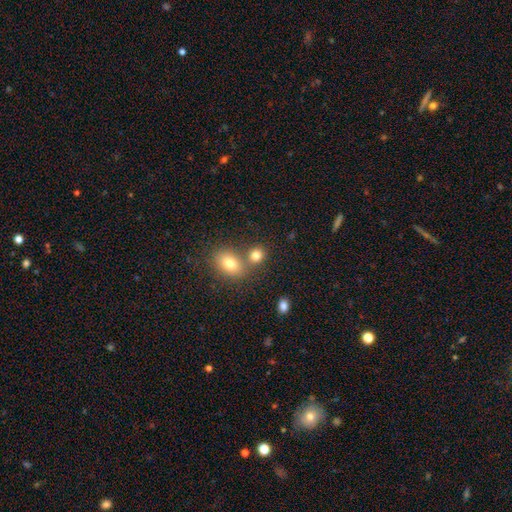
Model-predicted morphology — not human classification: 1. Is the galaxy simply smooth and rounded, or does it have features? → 78% smooth, 13% star or artifact, 9% featured or disk.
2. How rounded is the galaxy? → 66% round, 32% in between, 1% cigar-shaped.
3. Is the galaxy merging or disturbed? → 55% none, 33% merger, 9% minor disturbance, 4% major disturbance.